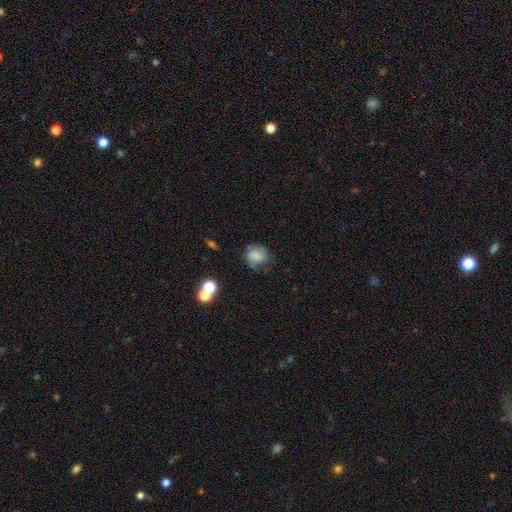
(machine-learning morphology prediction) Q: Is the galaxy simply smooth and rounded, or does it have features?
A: smooth — 71%.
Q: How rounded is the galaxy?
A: round — 71%.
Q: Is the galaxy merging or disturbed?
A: none — 56%.